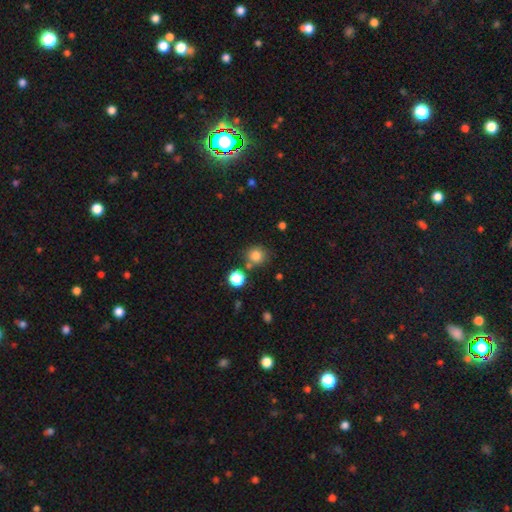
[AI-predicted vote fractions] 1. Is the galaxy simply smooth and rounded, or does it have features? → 82% smooth, 12% star or artifact, 6% featured or disk.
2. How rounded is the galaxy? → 87% round, 12% in between, 1% cigar-shaped.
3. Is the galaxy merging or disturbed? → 73% none, 12% merger, 12% minor disturbance, 4% major disturbance.